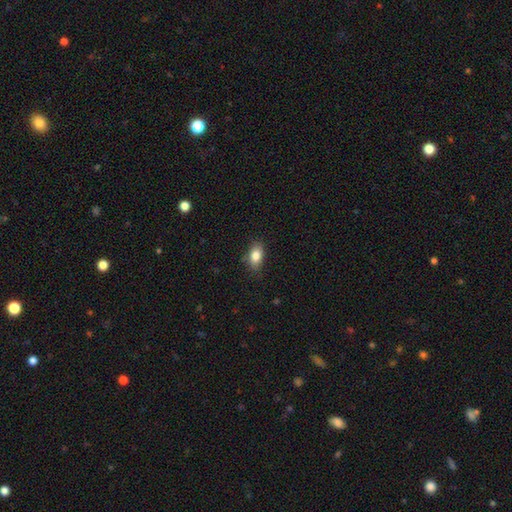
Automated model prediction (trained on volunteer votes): Q: Smooth or featured?
A: smooth (83%); runner-up: star or artifact (8%)
Q: How rounded?
A: in between (85%); runner-up: round (12%)
Q: Merging?
A: none (80%); runner-up: minor disturbance (15%)